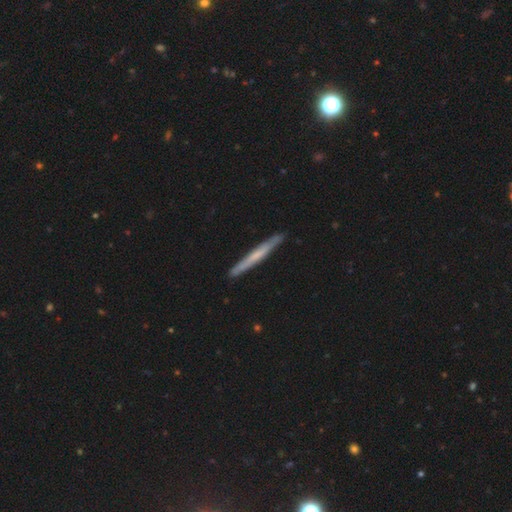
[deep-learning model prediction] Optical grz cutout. It shows a featured or disk galaxy (48%). Merging: none (89%).